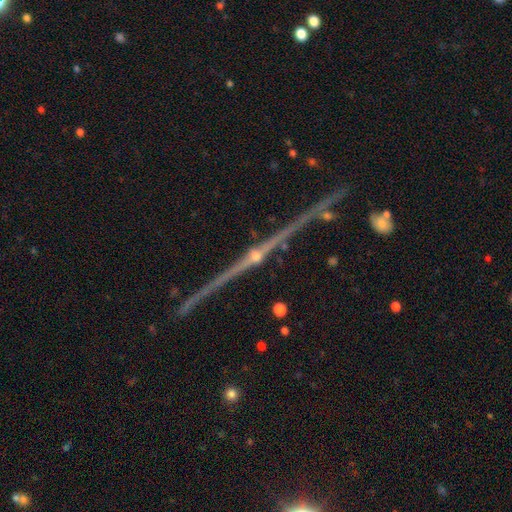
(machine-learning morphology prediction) Smooth or featured? featured or disk (78%)
Edge-on disk? yes (96%)
Edge-on bulge? rounded (90%)
Merging? none (86%)